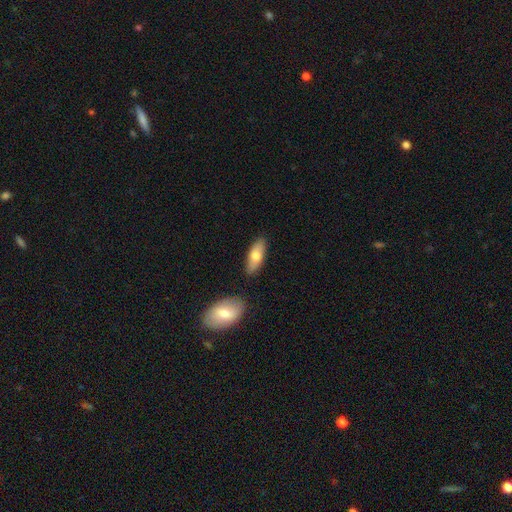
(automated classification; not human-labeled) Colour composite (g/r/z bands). It shows a smooth galaxy with no disk features (72%) that is in between round and cigar-shaped (72%). Merging: none (82%).